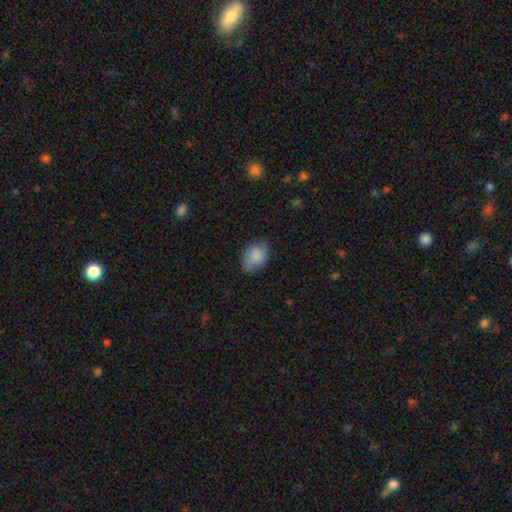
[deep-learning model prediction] Morphology: type=smooth (78%); roundness=in between (79%); merging=none (69%).